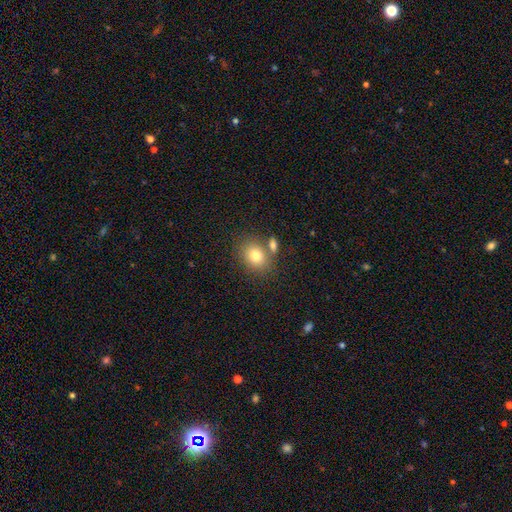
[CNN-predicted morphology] Smooth or featured? Predicted: smooth (p=0.79). How rounded? Predicted: round (p=0.54). Merging? Predicted: none (p=0.64).